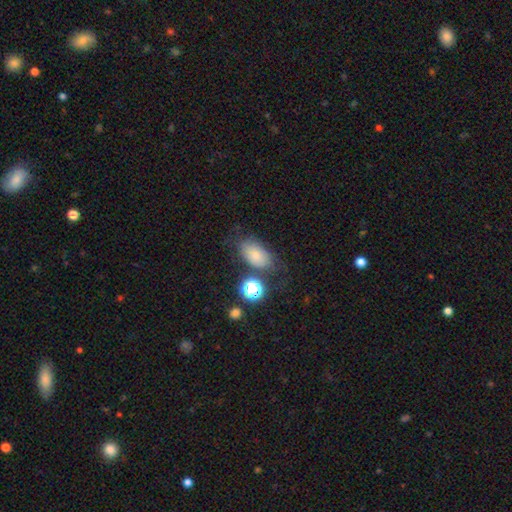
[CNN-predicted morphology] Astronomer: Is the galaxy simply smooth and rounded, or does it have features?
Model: smooth — 72%.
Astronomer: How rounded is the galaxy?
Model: in between — 88%.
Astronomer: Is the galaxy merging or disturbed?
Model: none — 59%.